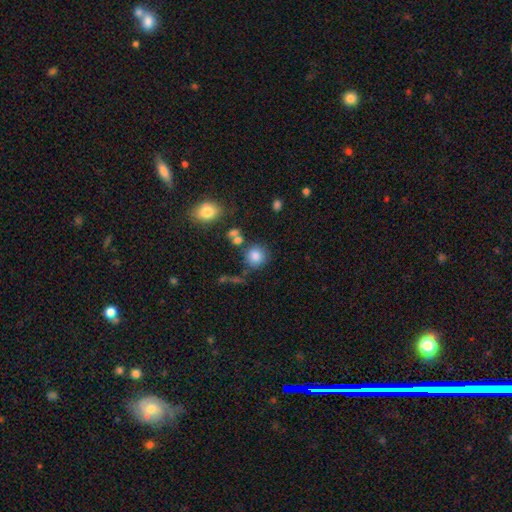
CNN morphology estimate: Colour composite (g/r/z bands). It shows a smooth galaxy with no disk features (83%) that is round (87%). Merging: none (72%).